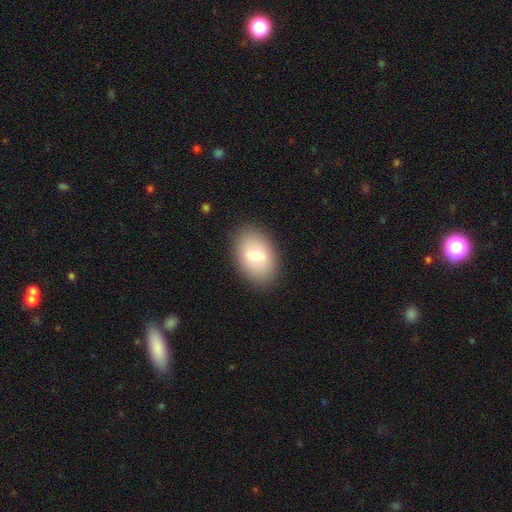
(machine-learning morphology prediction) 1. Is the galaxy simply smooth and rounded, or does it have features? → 73% smooth, 19% featured or disk, 8% star or artifact.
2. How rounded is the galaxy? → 86% in between, 12% round, 1% cigar-shaped.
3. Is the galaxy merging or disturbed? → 87% none, 9% minor disturbance, 3% major disturbance, 1% merger.